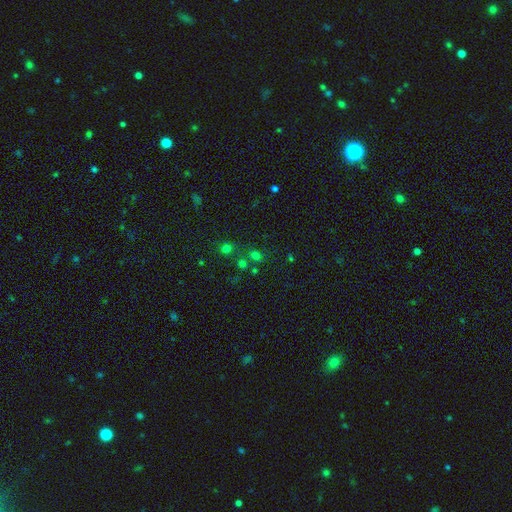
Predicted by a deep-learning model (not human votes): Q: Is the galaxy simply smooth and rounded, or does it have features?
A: smooth — 56%.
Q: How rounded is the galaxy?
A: round — 77%.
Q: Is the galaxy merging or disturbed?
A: none — 63%.